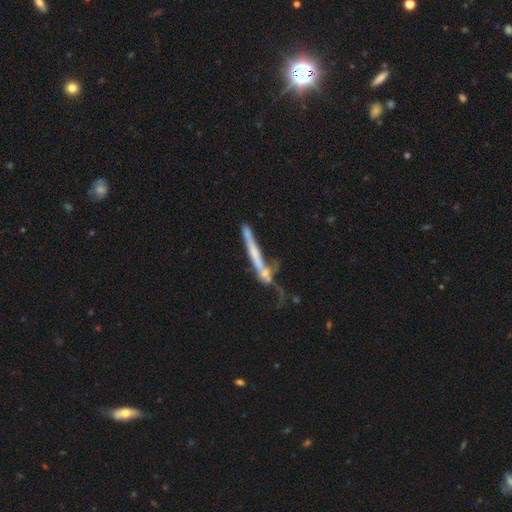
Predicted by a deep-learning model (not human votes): Morphology: type=featured or disk (58%); edge-on=yes (80%); merging=none (39%).